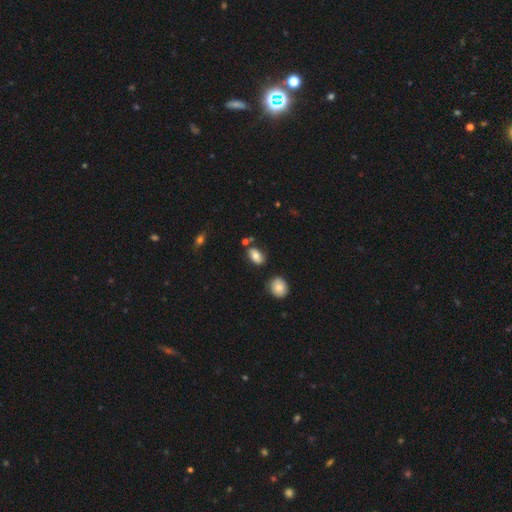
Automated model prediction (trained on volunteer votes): Smooth or featured? smooth (77%)
How rounded? in between (91%)
Merging? none (73%)